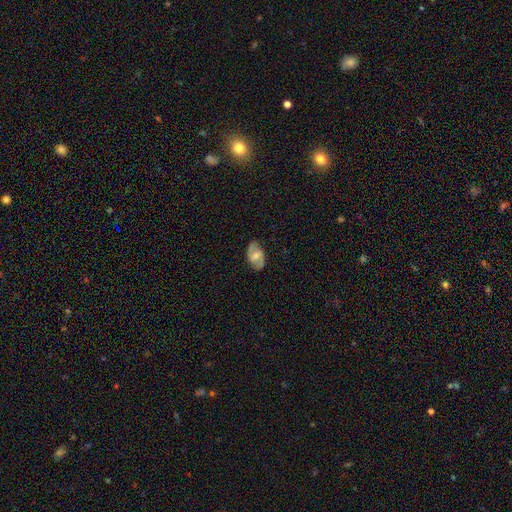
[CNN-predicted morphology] smooth-or-featured: featured or disk: 60% | smooth: 33% | star or artifact: 7%
  disk-edge-on: no: 95% | yes: 5%
    bar: weak: 47% | no: 35% | strong: 17%
    has-spiral-arms: yes: 80% | no: 20%
    bulge-size: moderate: 59% | small: 28% | large: 7% | none: 5% | dominant: 1%
  merging: none: 81% | minor disturbance: 14% | major disturbance: 4% | merger: 1%